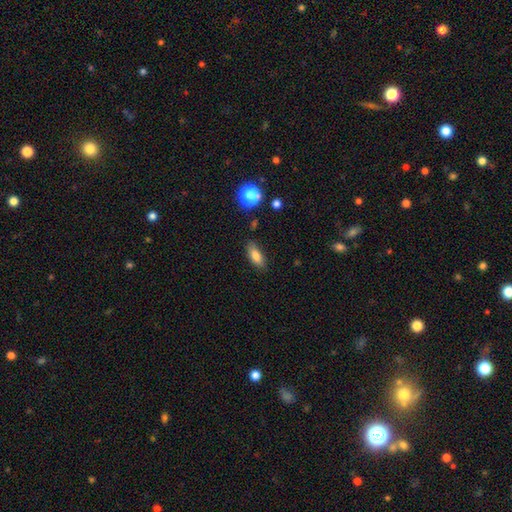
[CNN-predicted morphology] type=smooth (81%); roundness=in between (78%); merging=none (81%).